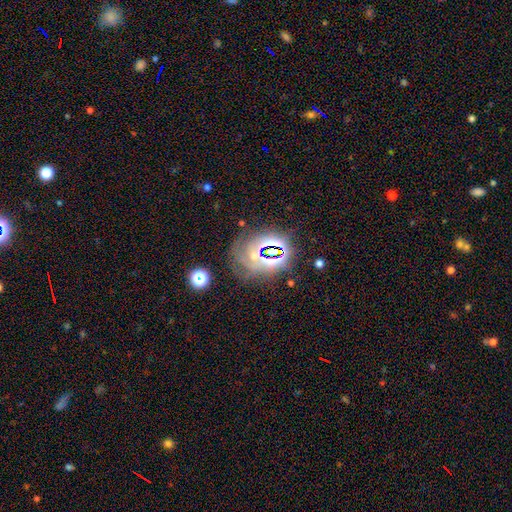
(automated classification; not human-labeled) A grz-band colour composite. It shows a star or artifact, not a galaxy (53%).